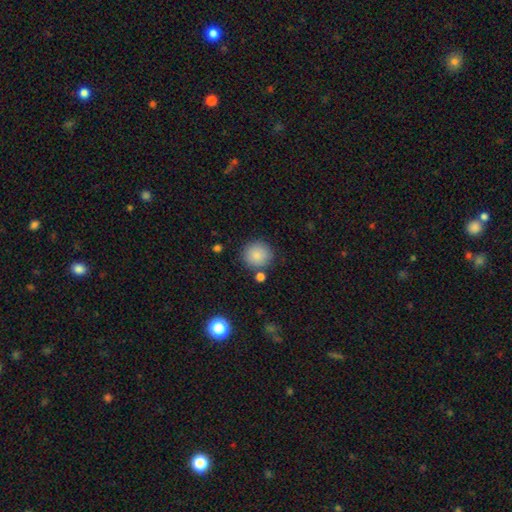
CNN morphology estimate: This appears to be a smooth galaxy with no disk features (85%) that is round (93%). Merging: none (81%).